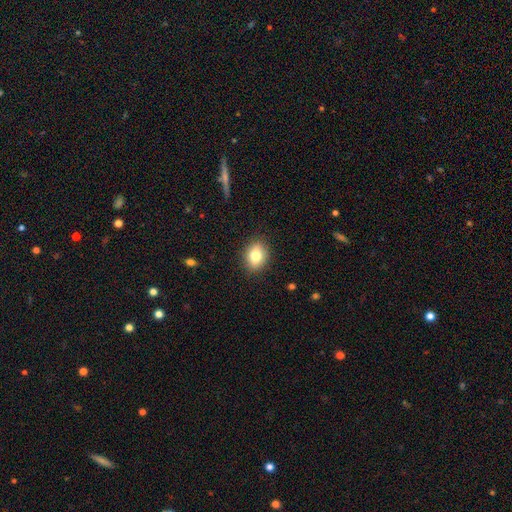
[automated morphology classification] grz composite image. It shows a smooth galaxy with no disk features (79%) that is in between round and cigar-shaped (58%). Merging: none (88%).